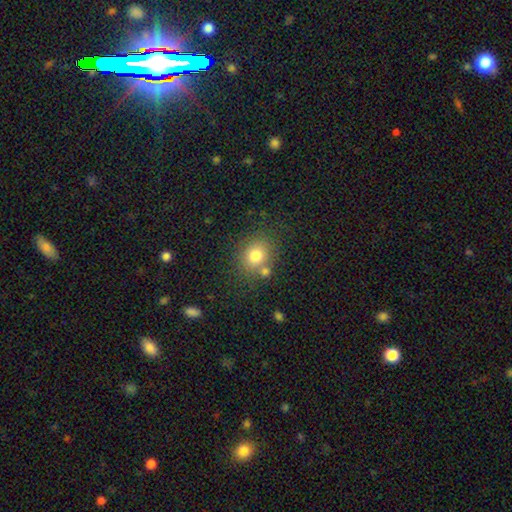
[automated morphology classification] The model was most divided on "how rounded": round: 71%, in between: 29%, cigar-shaped: 1%. More confident: smooth or featured — smooth (78%); merging — none (70%).